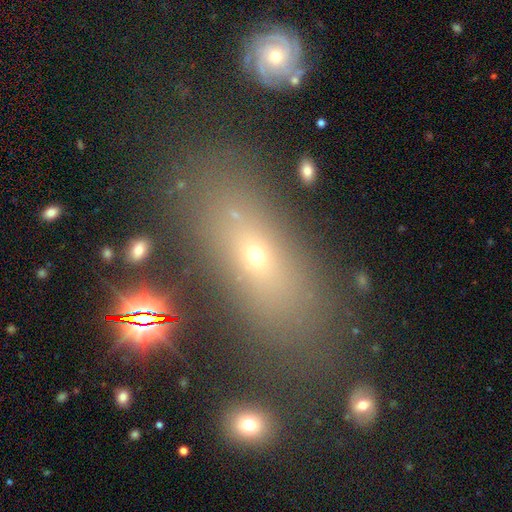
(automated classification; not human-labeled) Q: Smooth or featured?
A: smooth (54%); runner-up: featured or disk (24%)
Q: How rounded?
A: in between (63%); runner-up: cigar-shaped (26%)
Q: Merging?
A: none (76%); runner-up: minor disturbance (12%)